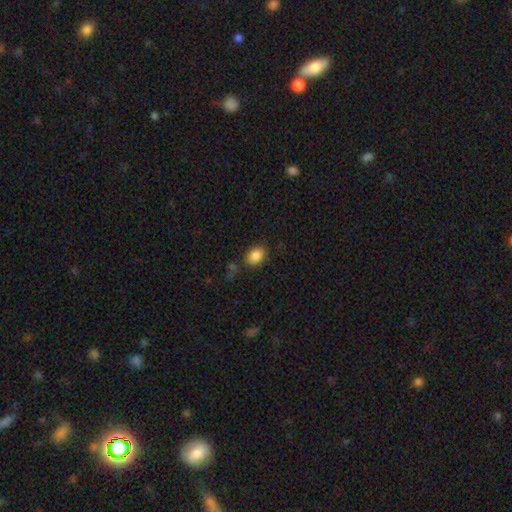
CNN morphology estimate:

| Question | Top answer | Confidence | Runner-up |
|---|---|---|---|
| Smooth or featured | smooth | 86% | star or artifact (9%) |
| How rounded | in between | 74% | round (25%) |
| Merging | none | 77% | minor disturbance (14%) |